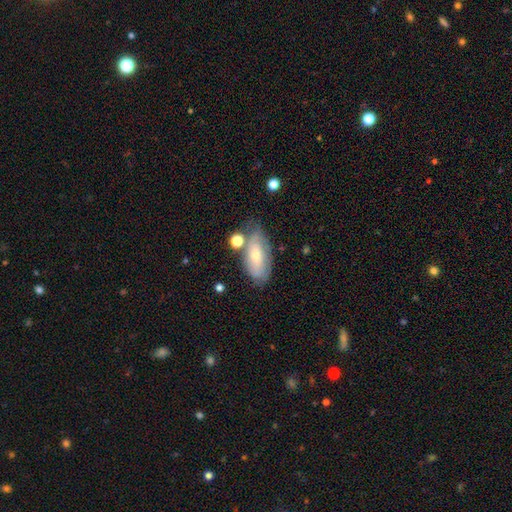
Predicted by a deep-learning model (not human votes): Morphology: type=smooth (52%); roundness=in between (87%); merging=none (57%).